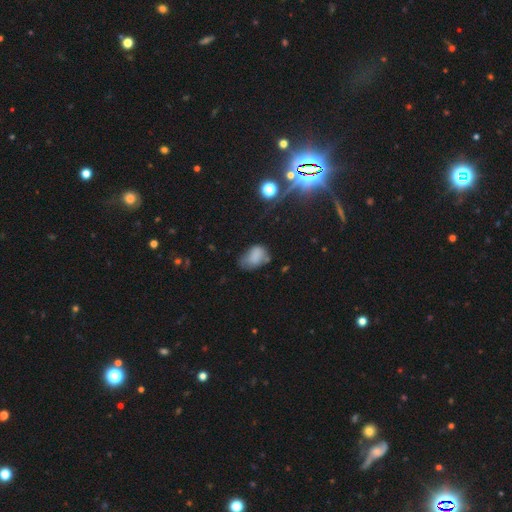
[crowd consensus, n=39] Q: Smooth or featured?
A: smooth (77%); runner-up: featured or disk (13%)
Q: How rounded?
A: in between (87%); runner-up: round (13%)
Q: Merging?
A: minor disturbance (40%); runner-up: none (26%)